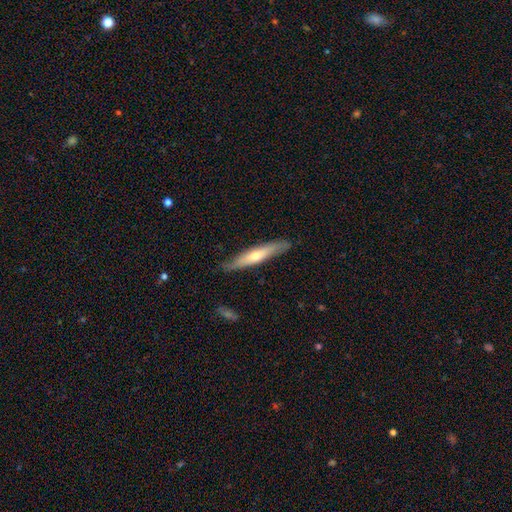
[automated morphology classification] Smooth or featured: featured or disk — 49% (smooth — 45%)
Merging: none — 81% (minor disturbance — 15%)